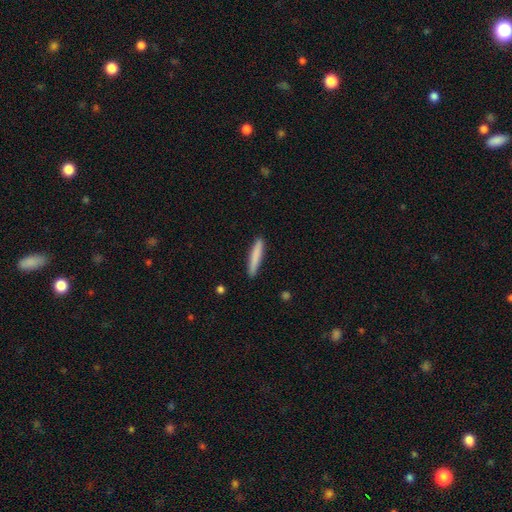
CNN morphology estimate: type=smooth (81%); roundness=cigar-shaped (94%); merging=none (90%).